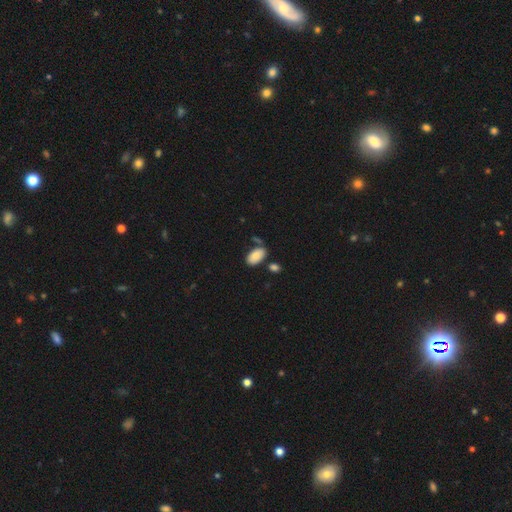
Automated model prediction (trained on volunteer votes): A smooth galaxy with no disk features (84%) that is in between round and cigar-shaped (95%). Merging: none (66%).